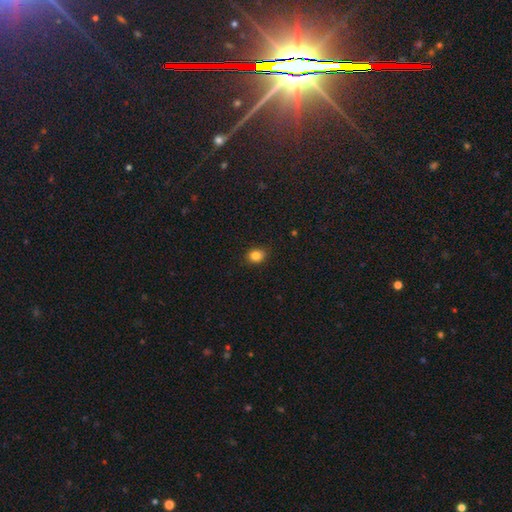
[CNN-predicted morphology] This appears to be a smooth galaxy with no disk features (83%) that is round (59%). Merging: none (85%).